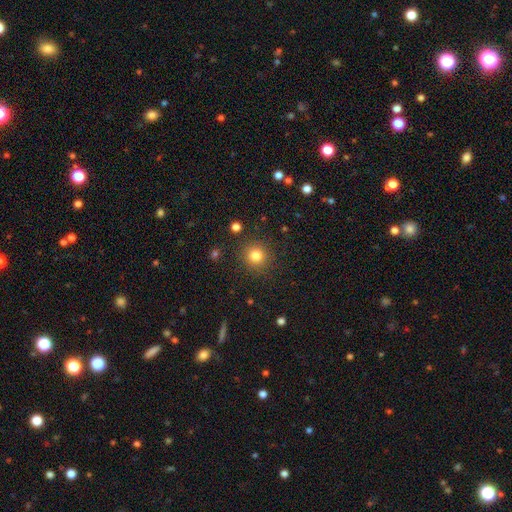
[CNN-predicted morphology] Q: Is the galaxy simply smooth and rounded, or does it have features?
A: smooth — 82%.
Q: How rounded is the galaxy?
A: round — 93%.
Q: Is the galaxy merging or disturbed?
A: none — 89%.